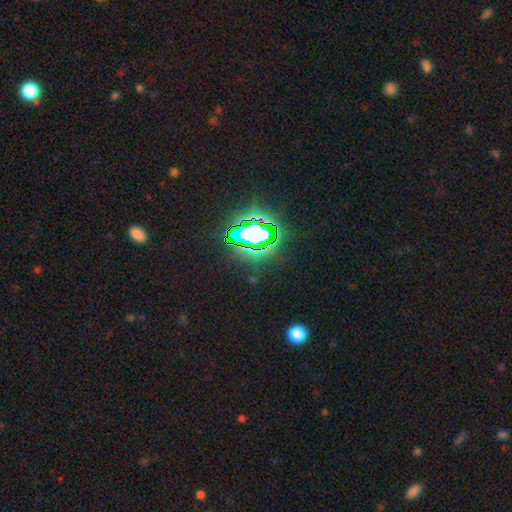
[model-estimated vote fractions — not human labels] Morphology: type=star or artifact (74%).